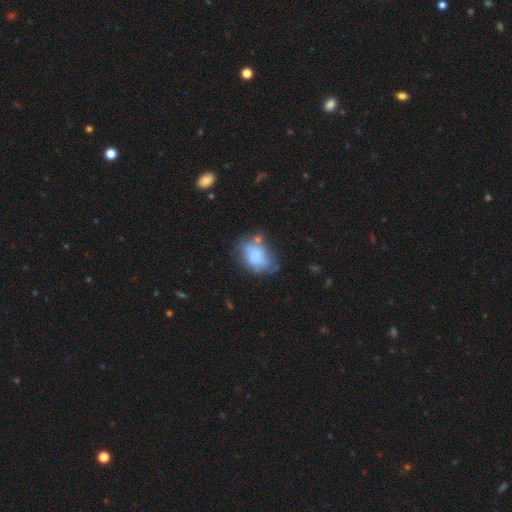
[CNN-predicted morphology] A smooth galaxy with no disk features (73%) that is in between round and cigar-shaped (79%).

Vote fractions:
- Smooth or featured? smooth: 73% / featured or disk: 19% / star or artifact: 9%
- How rounded? in between: 79% / round: 20% / cigar-shaped: 1%
- Merging? none: 42% / minor disturbance: 28% / major disturbance: 16% / merger: 14%